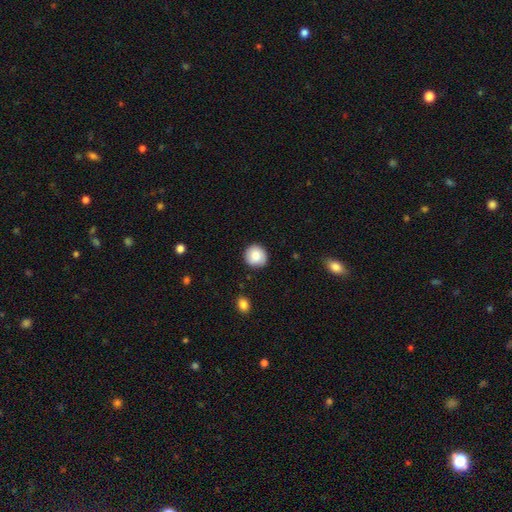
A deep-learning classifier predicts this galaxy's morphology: Overall: smooth (86%). How rounded: round (90%). Merging: none (87%).